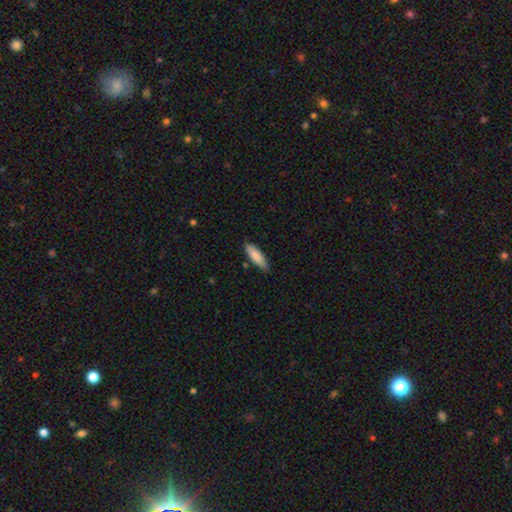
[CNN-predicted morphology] A smooth galaxy with no disk features (84%) that is cigar-shaped (51%).

Vote fractions:
- Smooth or featured? smooth: 84% / featured or disk: 11% / star or artifact: 6%
- How rounded? cigar-shaped: 51% / in between: 48% / round: 2%
- Merging? none: 83% / minor disturbance: 14% / major disturbance: 2% / merger: 2%